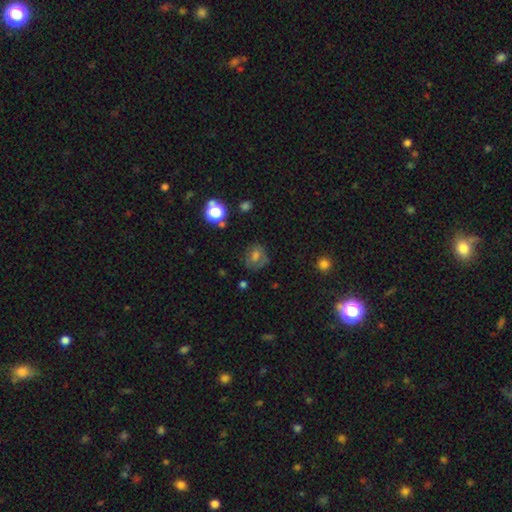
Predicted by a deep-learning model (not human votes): Q: Smooth or featured?
A: smooth (54%); runner-up: featured or disk (28%)
Q: How rounded?
A: round (65%); runner-up: in between (34%)
Q: Merging?
A: none (67%); runner-up: minor disturbance (21%)